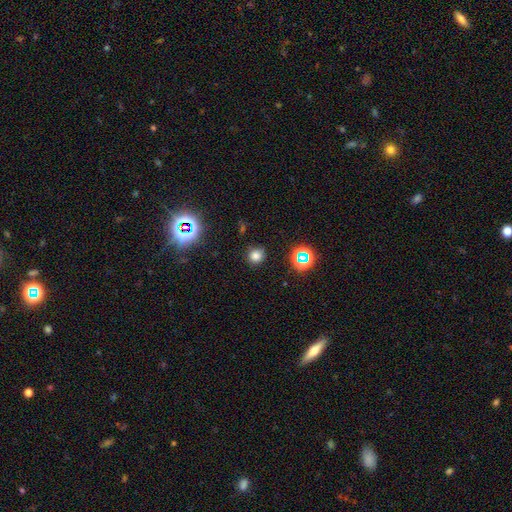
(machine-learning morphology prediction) Overall: smooth (74%). How rounded: round (88%). Merging: none (84%).